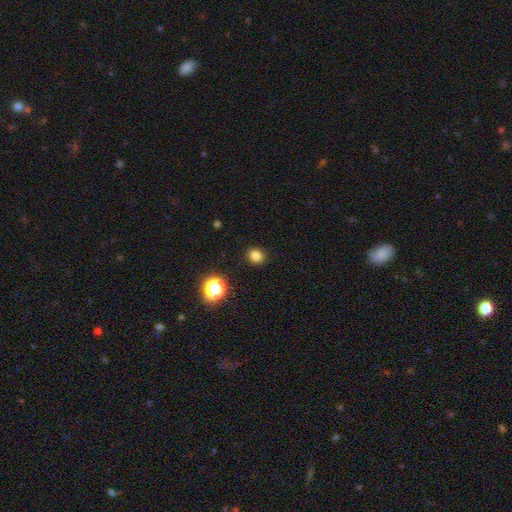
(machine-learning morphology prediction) Smooth or featured? Predicted: smooth (p=0.81). How rounded? Predicted: round (p=0.75). Merging? Predicted: none (p=0.91).